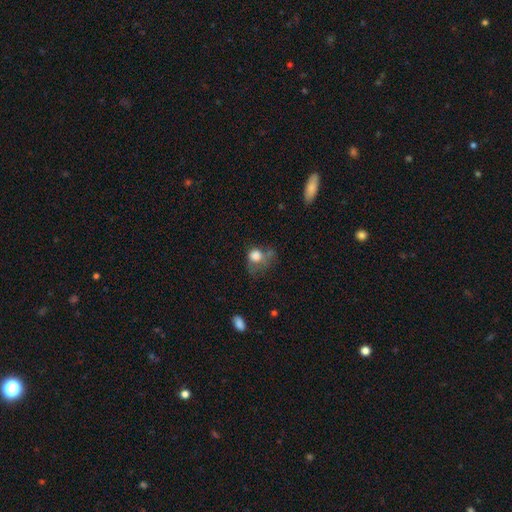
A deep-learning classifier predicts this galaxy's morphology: Smooth or featured: smooth — 73% (featured or disk — 15%)
How rounded: round — 61% (in between — 37%)
Merging: major disturbance — 40% (none — 26%)